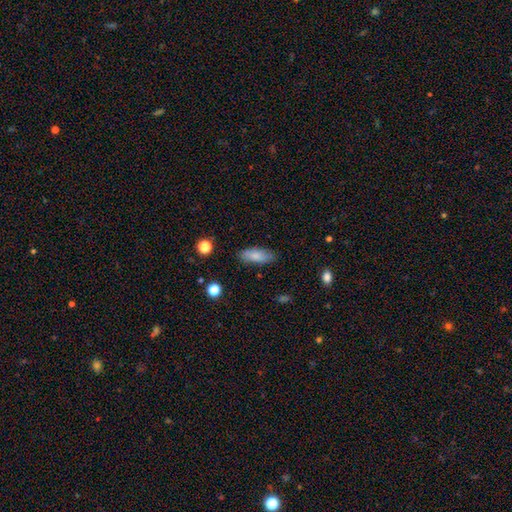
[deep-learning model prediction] This appears to be a smooth galaxy with no disk features (81%) that is in between round and cigar-shaped (76%). Merging: none (83%).